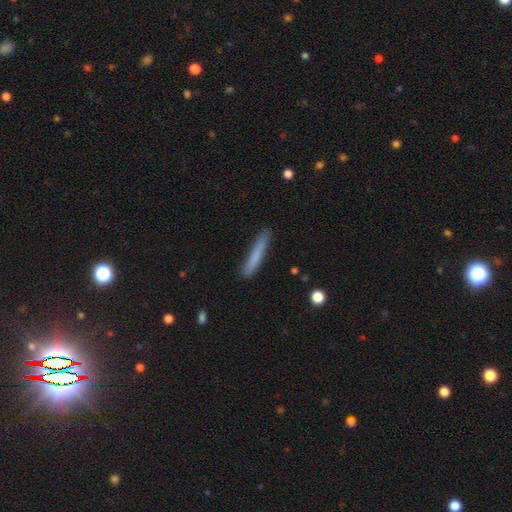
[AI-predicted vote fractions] Q: Smooth or featured?
A: smooth (77%); runner-up: featured or disk (16%)
Q: How rounded?
A: cigar-shaped (95%); runner-up: in between (4%)
Q: Merging?
A: none (83%); runner-up: minor disturbance (13%)